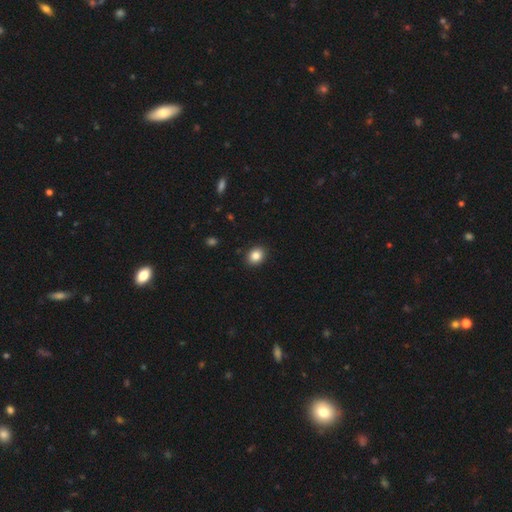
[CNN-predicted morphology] Overall: smooth (85%). How rounded: round (55%; in between 44%). Merging: none (91%).